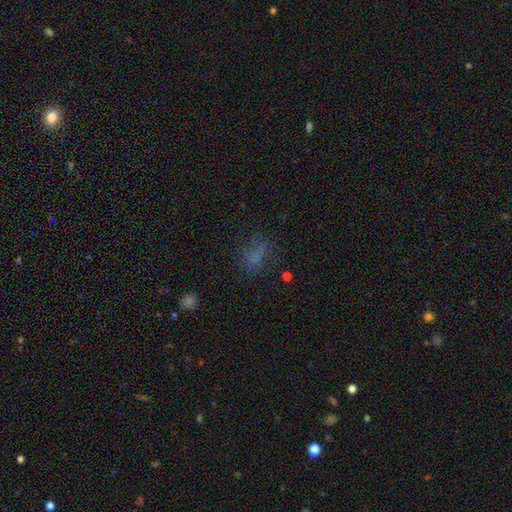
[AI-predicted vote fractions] Smooth or featured? smooth (59%)
How rounded? in between (71%)
Merging? none (60%)